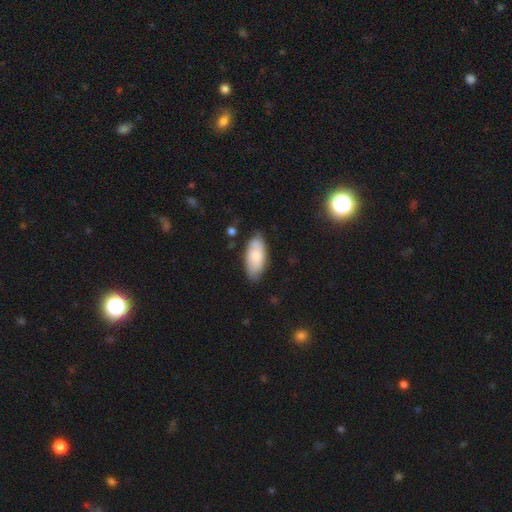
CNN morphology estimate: Overall: smooth (75%). How rounded: in between (89%). Merging: none (74%).